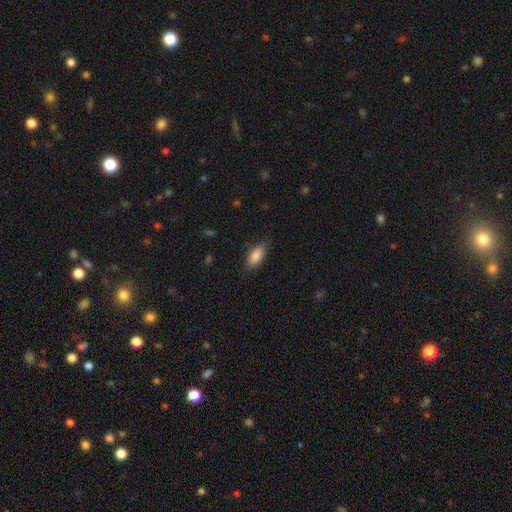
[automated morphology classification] Smooth or featured: smooth — 85% (featured or disk — 8%)
How rounded: in between — 87% (cigar-shaped — 9%)
Merging: none — 76% (minor disturbance — 19%)